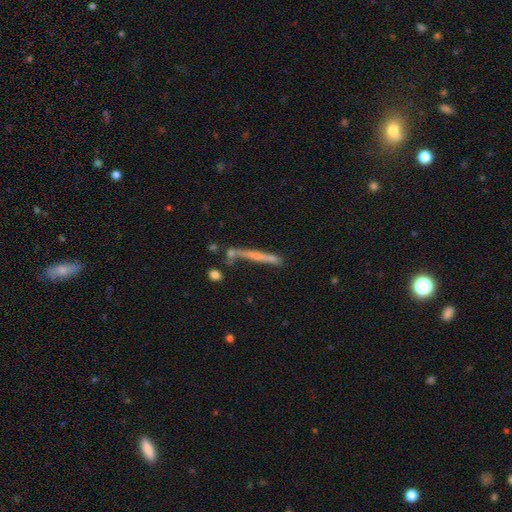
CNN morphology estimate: The model was most divided on "smooth or featured": smooth: 48%, featured or disk: 42%, star or artifact: 11%. More confident: merging — none (58%).